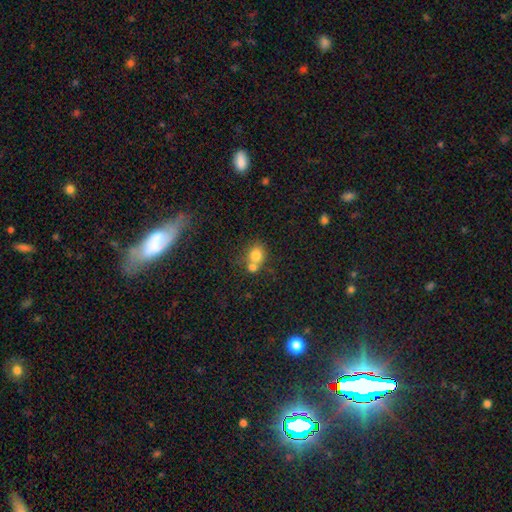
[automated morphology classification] smooth 78%, star or artifact 11%, featured or disk 11%. Down the decision tree: how rounded — round (64%); merging — merger (51%).